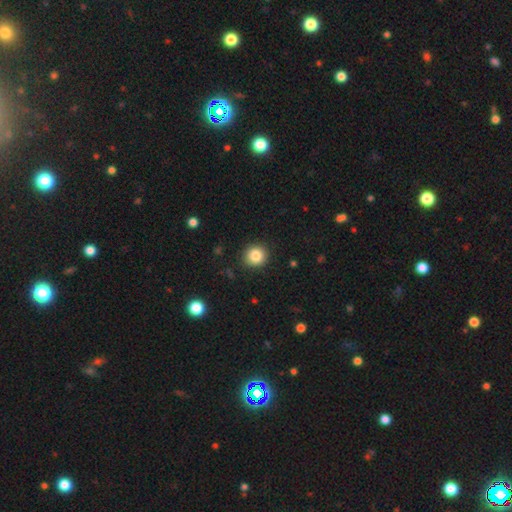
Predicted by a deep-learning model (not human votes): Morphology: type=smooth (84%); roundness=round (89%); merging=none (90%).